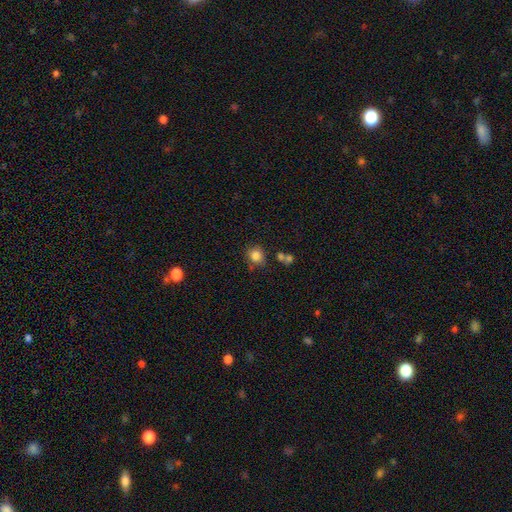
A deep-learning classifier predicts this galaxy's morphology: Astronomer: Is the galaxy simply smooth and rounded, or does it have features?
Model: smooth — 83%.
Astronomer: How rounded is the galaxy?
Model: round — 76%.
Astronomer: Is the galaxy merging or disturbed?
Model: none — 72%.